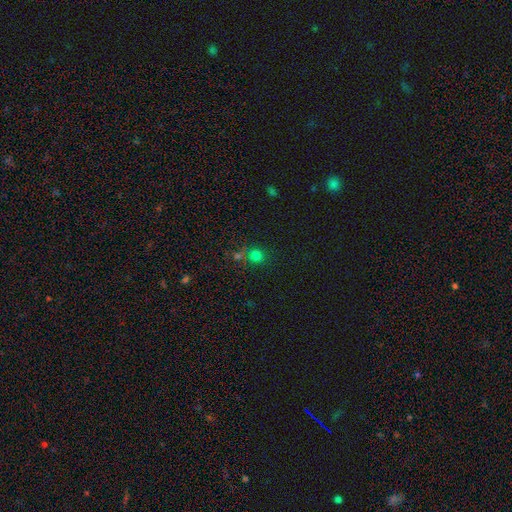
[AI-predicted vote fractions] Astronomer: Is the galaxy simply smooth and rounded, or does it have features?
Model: smooth — 71%.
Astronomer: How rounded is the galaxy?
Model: round — 87%.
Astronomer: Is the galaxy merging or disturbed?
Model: none — 61%.